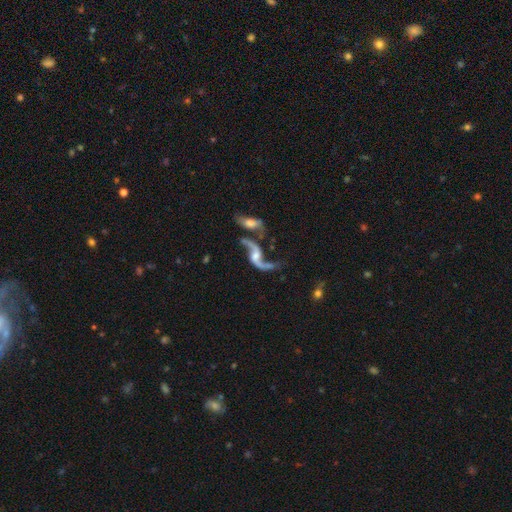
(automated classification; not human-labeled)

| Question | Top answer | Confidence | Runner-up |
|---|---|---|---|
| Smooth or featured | featured or disk | 87% | smooth (7%) |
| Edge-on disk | no | 94% | yes (6%) |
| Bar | no | 51% | weak (38%) |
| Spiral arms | yes | 93% | no (7%) |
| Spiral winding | loose | 91% | medium (7%) |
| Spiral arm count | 2 | 91% | 1 (4%) |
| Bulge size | moderate | 40% | small (30%) |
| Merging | none | 41% | merger (31%) |